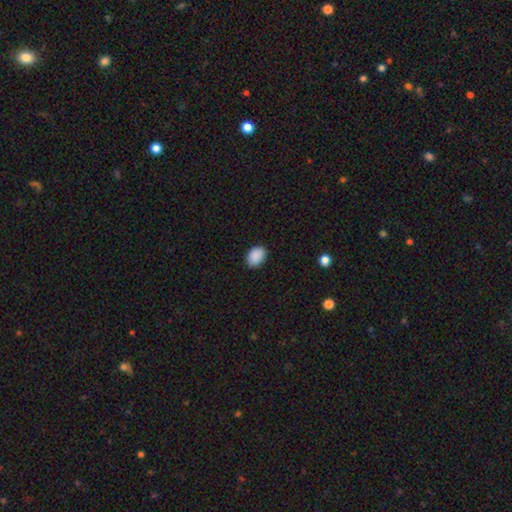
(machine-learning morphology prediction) type=smooth (90%); roundness=in between (77%); merging=none (87%).